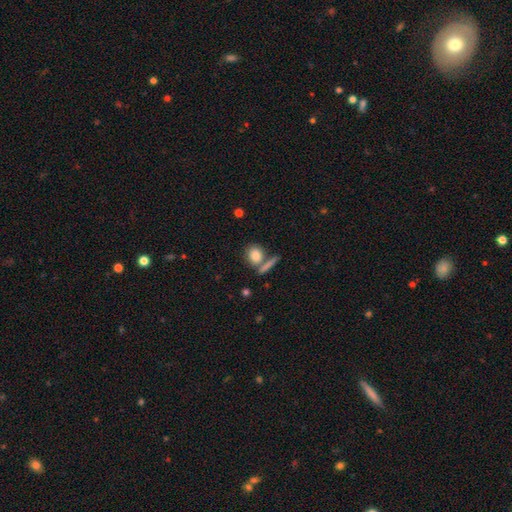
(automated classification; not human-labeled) Smooth or featured?
  - smooth: 83% *
  - featured or disk: 9%
  - star or artifact: 8%
How rounded?
  - round: 61% *
  - in between: 33%
  - cigar-shaped: 7%
Merging?
  - none: 61% *
  - merger: 24%
  - minor disturbance: 10%
  - major disturbance: 4%